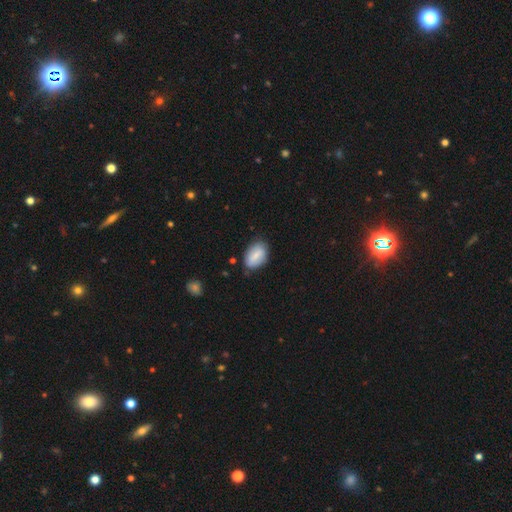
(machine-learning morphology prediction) A smooth galaxy with no disk features (67%) that is in between round and cigar-shaped (88%). Merging: none (70%).